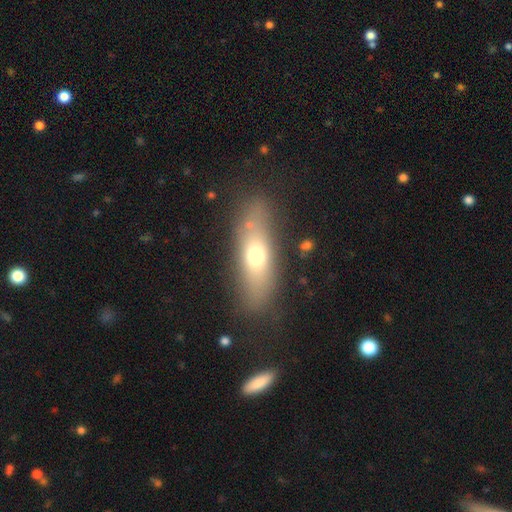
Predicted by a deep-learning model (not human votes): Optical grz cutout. It shows a smooth galaxy with no disk features (64%) that is in between round and cigar-shaped (55%). Merging: none (79%).